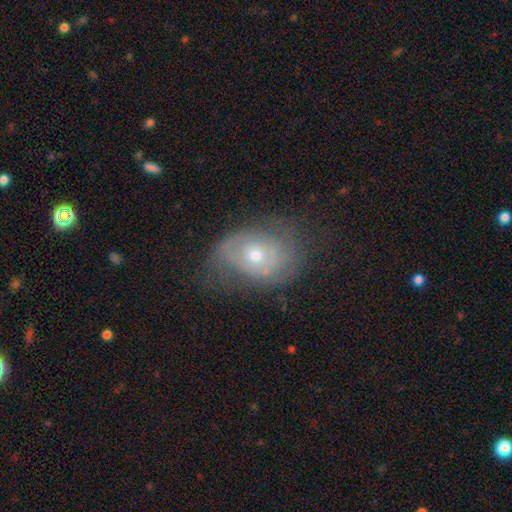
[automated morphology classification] featured or disk 55%, smooth 36%, star or artifact 9%. Down the decision tree: edge-on disk — no (94%); bar — no (83%); spiral arms — yes (56%); bulge size — moderate (50%); merging — none (52%).